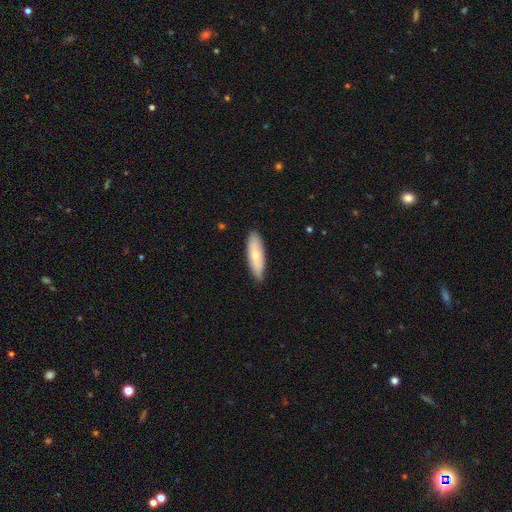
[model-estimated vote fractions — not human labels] smooth_or_featured: smooth (p=0.69) [alt: featured or disk p=0.25]
how_rounded: cigar-shaped (p=0.51) [alt: in between p=0.47]
merging: none (p=0.85) [alt: minor disturbance p=0.12]